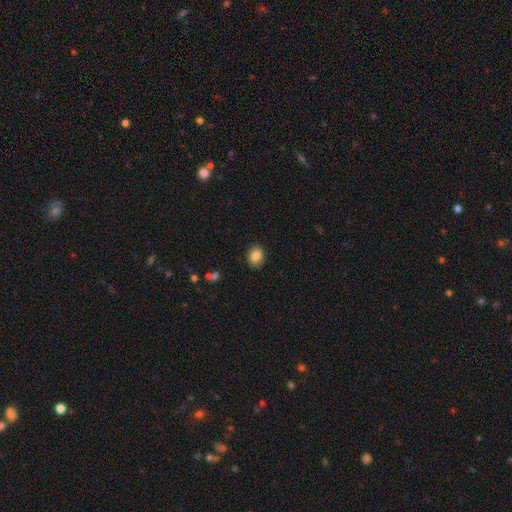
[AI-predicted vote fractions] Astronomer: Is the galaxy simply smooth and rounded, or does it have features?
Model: smooth — 85%.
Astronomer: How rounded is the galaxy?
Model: in between — 63%.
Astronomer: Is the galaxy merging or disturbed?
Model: none — 88%.